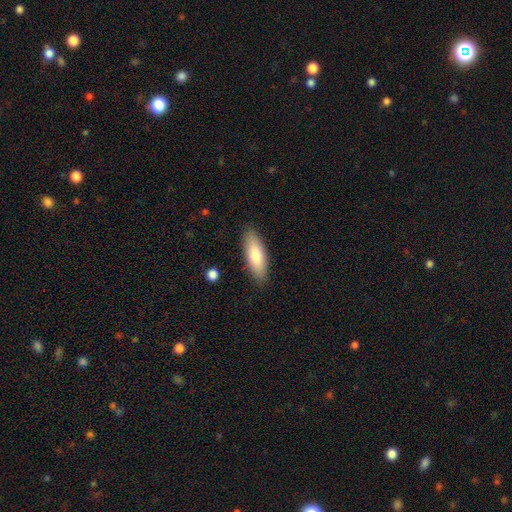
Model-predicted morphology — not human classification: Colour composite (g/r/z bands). It shows a smooth galaxy with no disk features (76%) that is in between round and cigar-shaped (58%). Merging: none (88%).